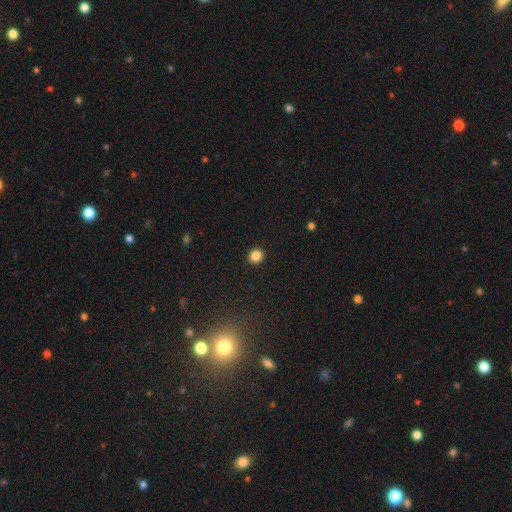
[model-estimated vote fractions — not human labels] A smooth galaxy with no disk features (85%) that is round (90%). Merging: none (93%).